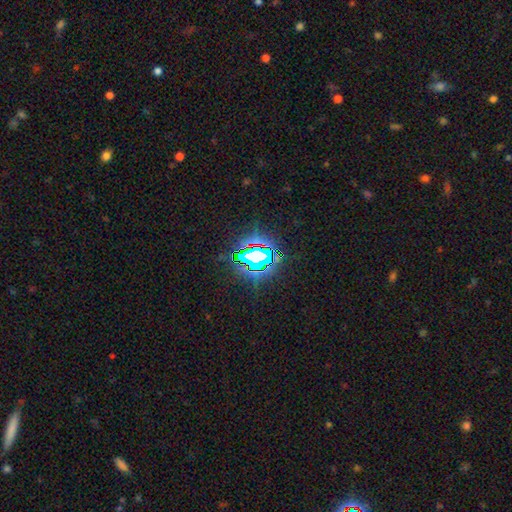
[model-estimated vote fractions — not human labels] Smooth or featured? star or artifact (72%)